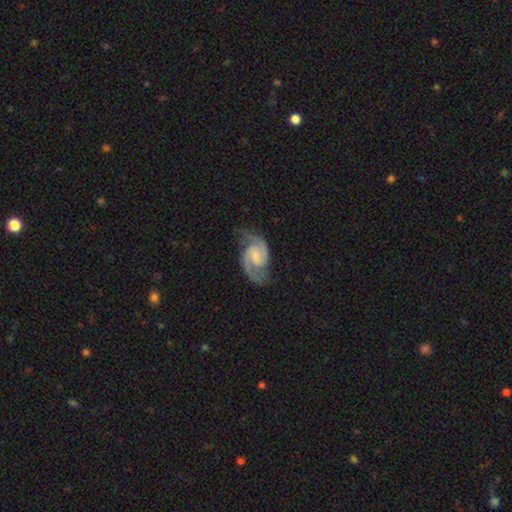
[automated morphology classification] featured or disk 89%, smooth 7%, star or artifact 4%. Down the decision tree: edge-on disk — no (98%); bar — weak (51%); spiral arms — yes (98%); spiral arm count — 2 (93%); spiral winding — medium (57%); bulge size — small (44%); merging — none (73%).